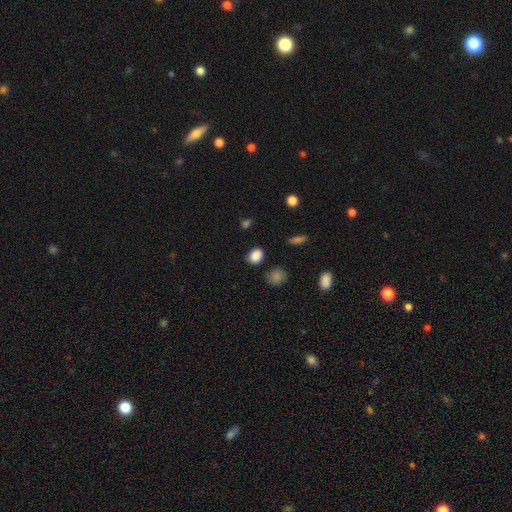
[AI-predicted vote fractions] This appears to be a smooth galaxy with no disk features (86%) that is in between round and cigar-shaped (53%). Merging: none (82%).